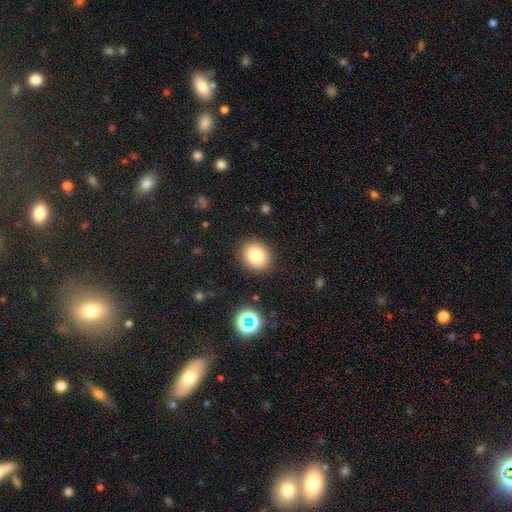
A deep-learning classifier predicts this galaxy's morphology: smooth_or_featured: smooth (p=0.81) [alt: star or artifact p=0.11]
how_rounded: round (p=0.64) [alt: in between p=0.36]
merging: none (p=0.88) [alt: minor disturbance p=0.08]